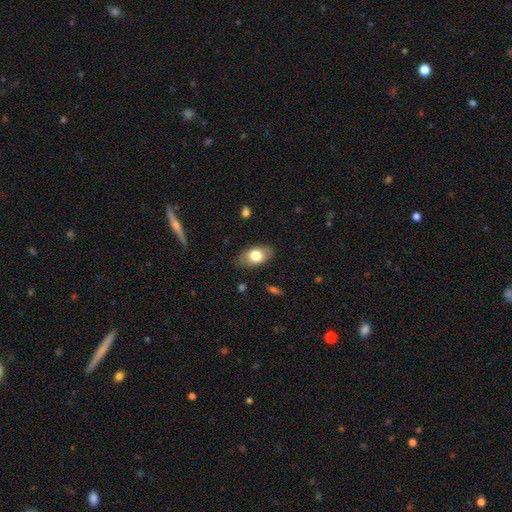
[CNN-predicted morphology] smooth_or_featured: smooth (p=0.75) [alt: featured or disk p=0.18]
how_rounded: in between (p=0.90) [alt: round p=0.08]
merging: none (p=0.83) [alt: minor disturbance p=0.13]